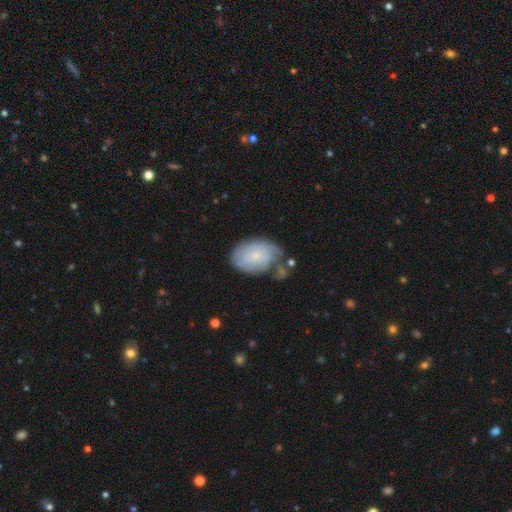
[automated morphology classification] featured or disk 49%, smooth 44%, star or artifact 7%. Down the decision tree: merging — none (45%).